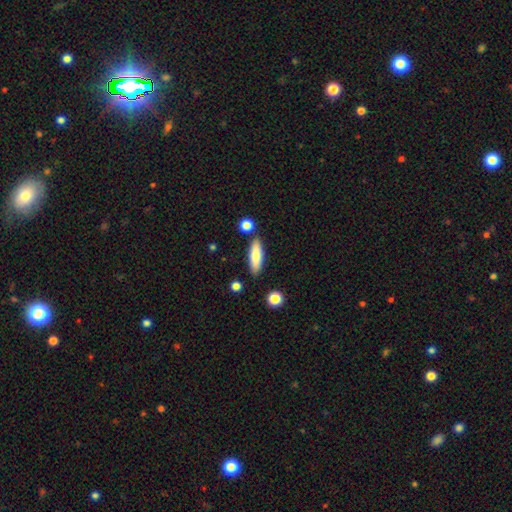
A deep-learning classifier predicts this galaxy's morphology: Smooth or featured? Predicted: smooth (p=0.79). How rounded? Predicted: cigar-shaped (p=0.51). Merging? Predicted: none (p=0.83).